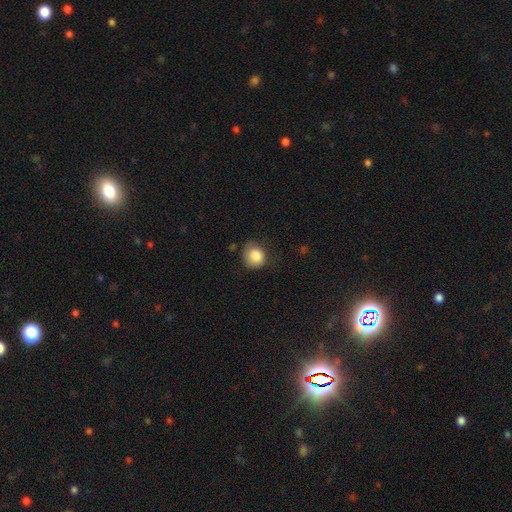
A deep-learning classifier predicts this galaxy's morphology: A smooth galaxy with no disk features (84%) that is round (75%).

Vote fractions:
- Smooth or featured? smooth: 84% / star or artifact: 9% / featured or disk: 7%
- How rounded? round: 75% / in between: 24% / cigar-shaped: 1%
- Merging? none: 59% / minor disturbance: 29% / major disturbance: 10% / merger: 2%